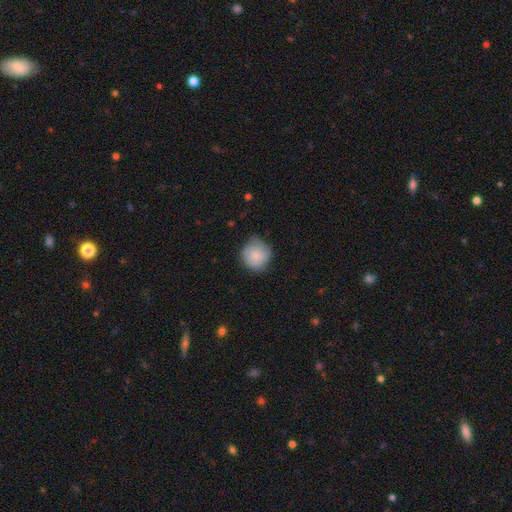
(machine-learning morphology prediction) This is clearly a smooth galaxy (80%). How rounded: clearly round (90%). Merging: likely none (62%).